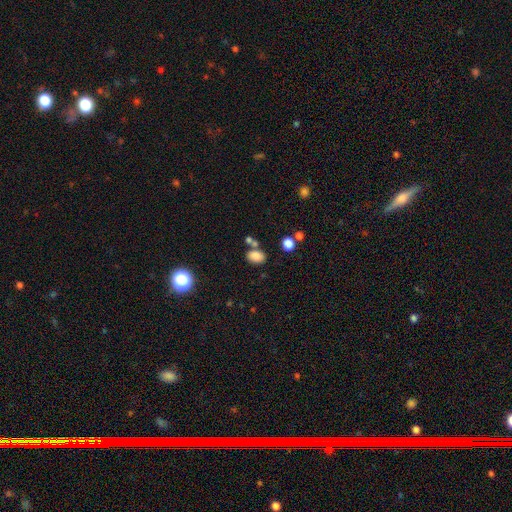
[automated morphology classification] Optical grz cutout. It shows a smooth galaxy with no disk features (82%) that is in between round and cigar-shaped (82%). Merging: none (65%).